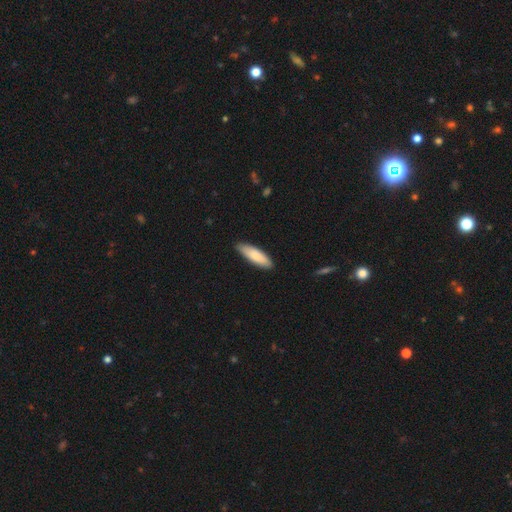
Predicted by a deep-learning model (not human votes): smooth_or_featured: smooth (p=0.83) [alt: featured or disk p=0.12]
how_rounded: cigar-shaped (p=0.55) [alt: in between p=0.43]
merging: none (p=0.88) [alt: minor disturbance p=0.10]